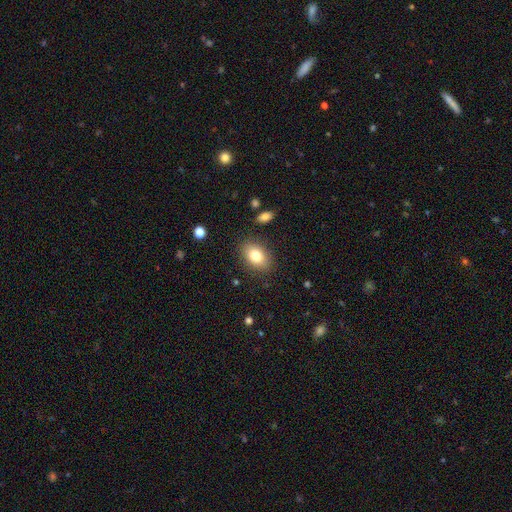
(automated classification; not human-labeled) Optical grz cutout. It shows a smooth galaxy with no disk features (81%) that is in between round and cigar-shaped (80%). Merging: none (85%).